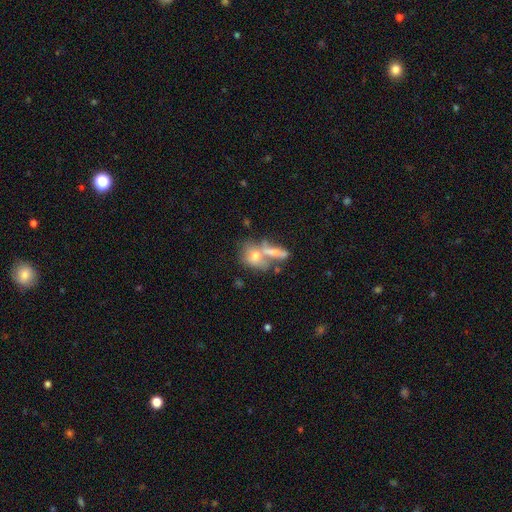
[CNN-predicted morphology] Smooth or featured? smooth (63%)
How rounded? in between (57%)
Merging? merger (51%)